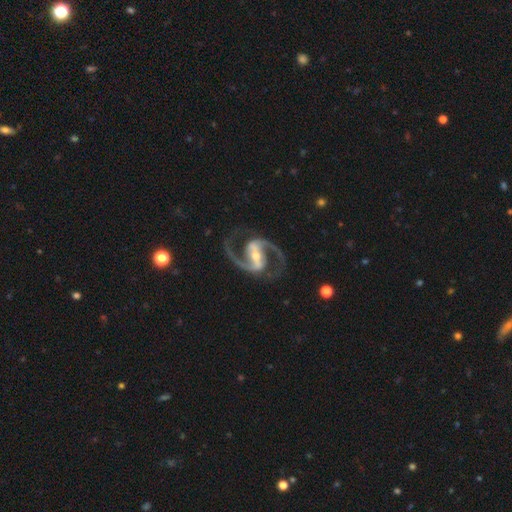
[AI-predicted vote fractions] A featured or disk galaxy (94%) with a strong bar (69%), 2 (95%) medium (67%) spiral arms (98%) and a moderate central bulge (52%). Merging: none (83%).